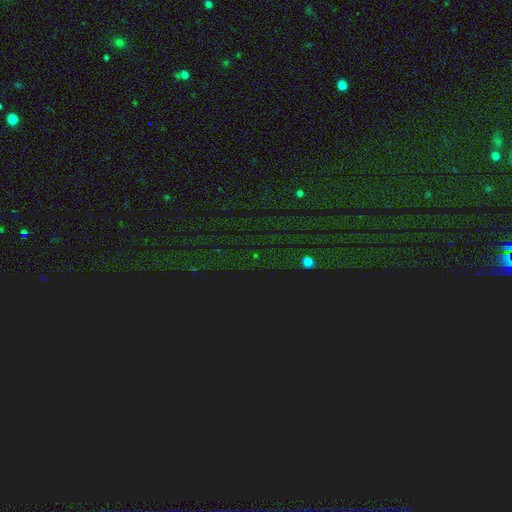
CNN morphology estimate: Q: Smooth or featured?
A: star or artifact (81%); runner-up: smooth (13%)